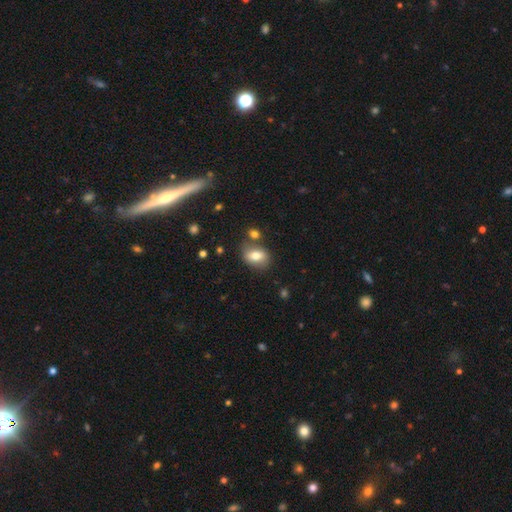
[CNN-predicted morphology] Smooth or featured? Predicted: smooth (p=0.75). How rounded? Predicted: in between (p=0.73). Merging? Predicted: none (p=0.71).